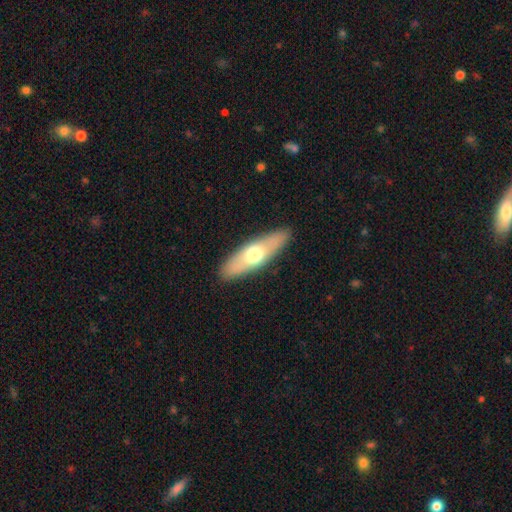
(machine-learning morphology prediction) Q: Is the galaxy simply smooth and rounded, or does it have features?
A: smooth — 52%.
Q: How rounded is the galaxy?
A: cigar-shaped — 55%.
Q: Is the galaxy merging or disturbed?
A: none — 90%.